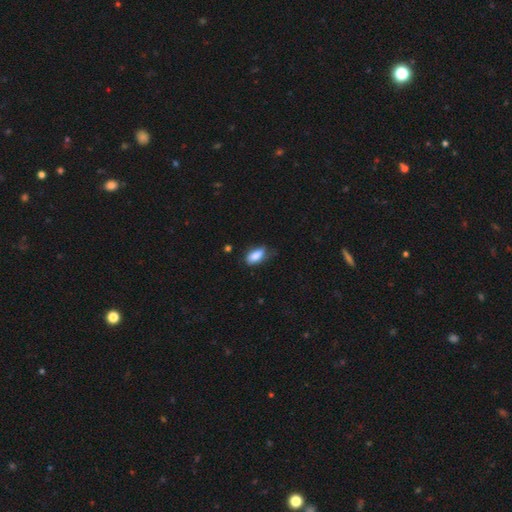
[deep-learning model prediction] smooth 86%, featured or disk 7%, star or artifact 7%. Down the decision tree: how rounded — in between (87%); merging — none (58%).